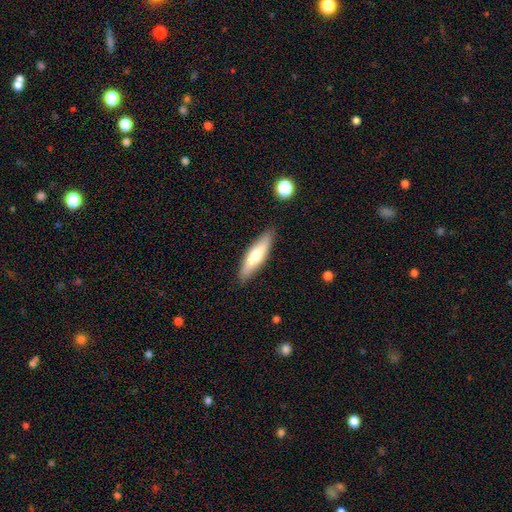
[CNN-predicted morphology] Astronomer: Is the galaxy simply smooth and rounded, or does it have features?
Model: smooth — 63%.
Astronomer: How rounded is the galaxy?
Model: cigar-shaped — 71%.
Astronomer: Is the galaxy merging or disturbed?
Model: none — 87%.